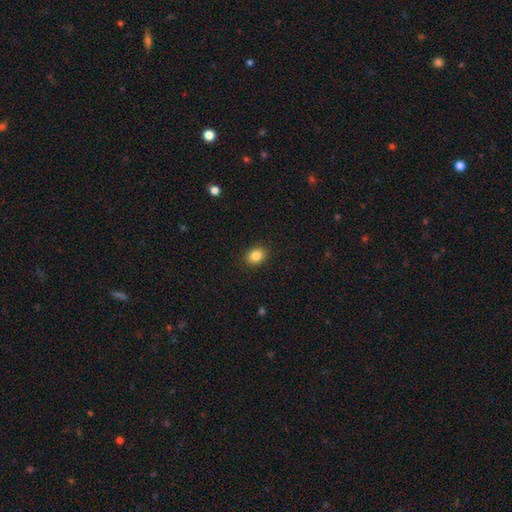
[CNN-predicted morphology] Q: Smooth or featured?
A: smooth (85%); runner-up: star or artifact (9%)
Q: How rounded?
A: in between (59%); runner-up: round (40%)
Q: Merging?
A: none (90%); runner-up: minor disturbance (7%)